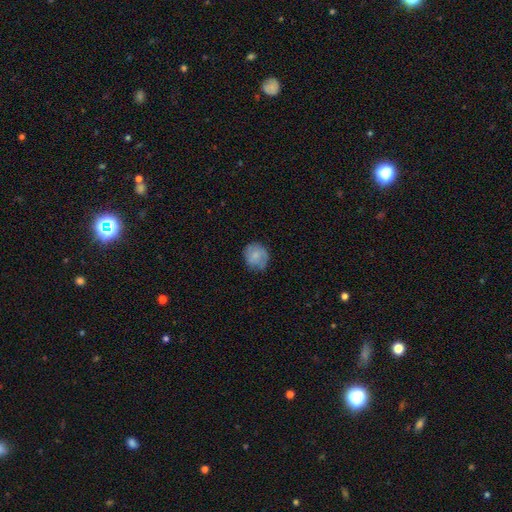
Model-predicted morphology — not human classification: A smooth galaxy with no disk features (72%) that is round (80%). Merging: none (68%).